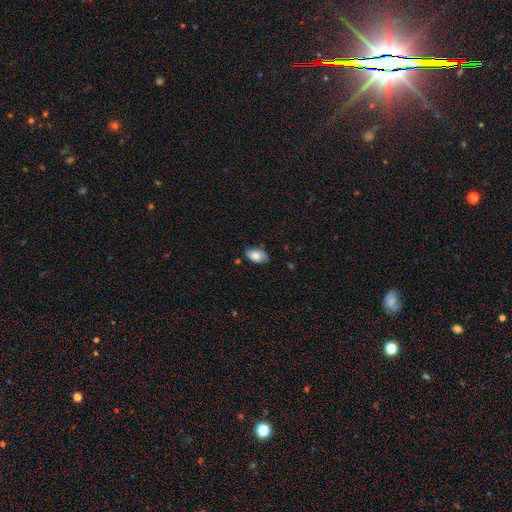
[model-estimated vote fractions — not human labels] Q: Smooth or featured?
A: smooth (79%); runner-up: featured or disk (14%)
Q: How rounded?
A: in between (91%); runner-up: round (7%)
Q: Merging?
A: none (67%); runner-up: minor disturbance (27%)